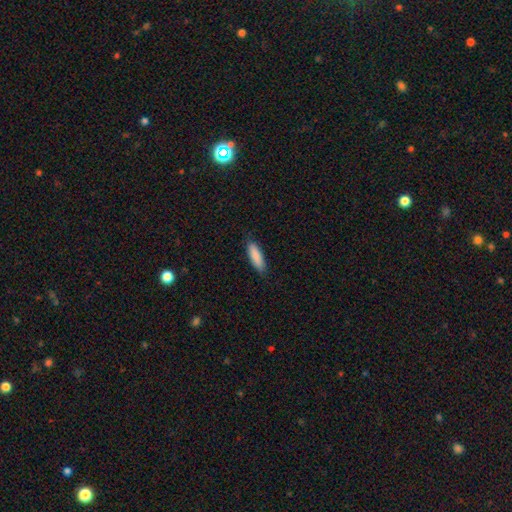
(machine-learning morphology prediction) This is clearly a smooth galaxy (88%). How rounded: possibly cigar-shaped (55%). Merging: clearly none (86%).